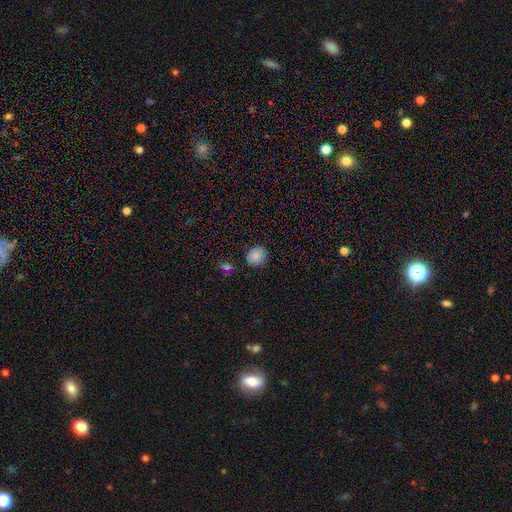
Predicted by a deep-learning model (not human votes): A smooth galaxy with no disk features (84%) that is round (79%).

Vote fractions:
- Smooth or featured? smooth: 84% / star or artifact: 10% / featured or disk: 6%
- How rounded? round: 79% / in between: 20% / cigar-shaped: 1%
- Merging? none: 83% / minor disturbance: 12% / merger: 3% / major disturbance: 2%